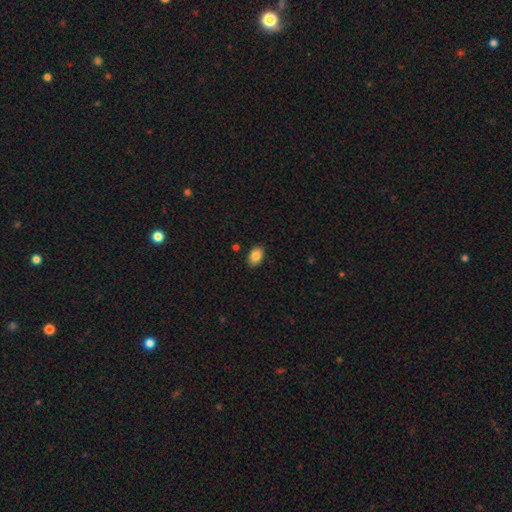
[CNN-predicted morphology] Smooth or featured? smooth (86%)
How rounded? in between (85%)
Merging? none (88%)